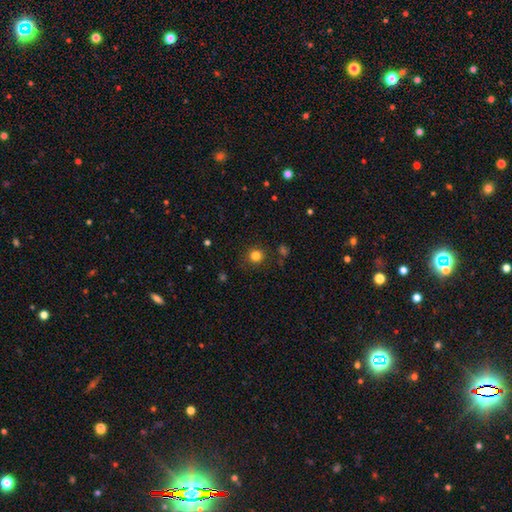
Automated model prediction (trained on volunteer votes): Smooth or featured? smooth (82%)
How rounded? round (92%)
Merging? none (88%)